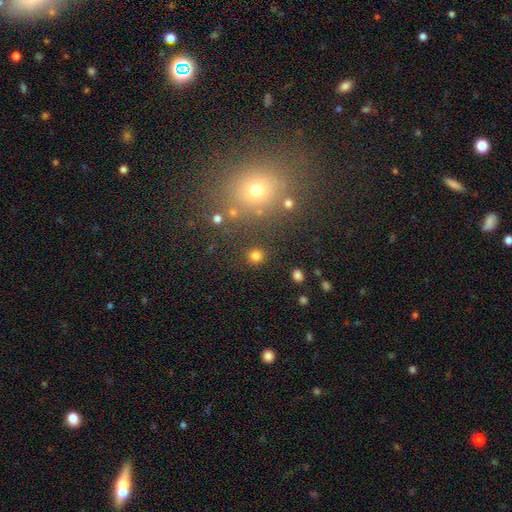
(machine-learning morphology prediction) smooth-or-featured: smooth: 80% | star or artifact: 15% | featured or disk: 5%
  how-rounded: round: 90% | in between: 9% | cigar-shaped: 1%
  merging: none: 86% | minor disturbance: 6% | merger: 4% | major disturbance: 3%